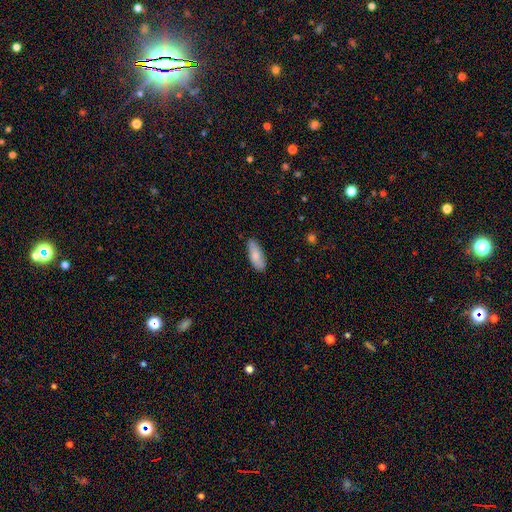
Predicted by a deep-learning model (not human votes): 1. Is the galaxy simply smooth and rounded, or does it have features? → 80% smooth, 14% featured or disk, 6% star or artifact.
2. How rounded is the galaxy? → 77% in between, 21% cigar-shaped, 2% round.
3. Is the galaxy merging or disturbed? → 85% none, 12% minor disturbance, 2% major disturbance, 1% merger.